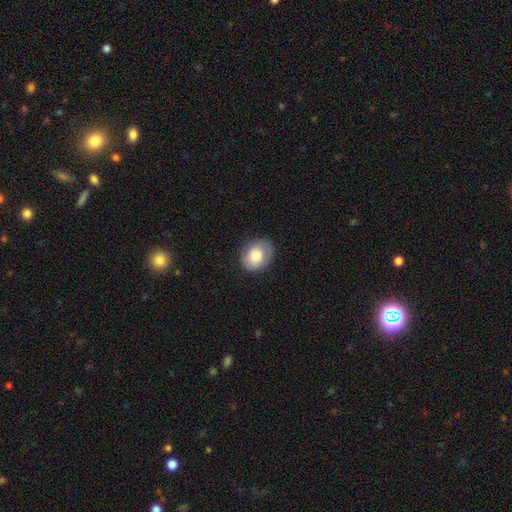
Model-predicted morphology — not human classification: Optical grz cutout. It shows a smooth galaxy with no disk features (75%) that is in between round and cigar-shaped (53%). Merging: none (80%).